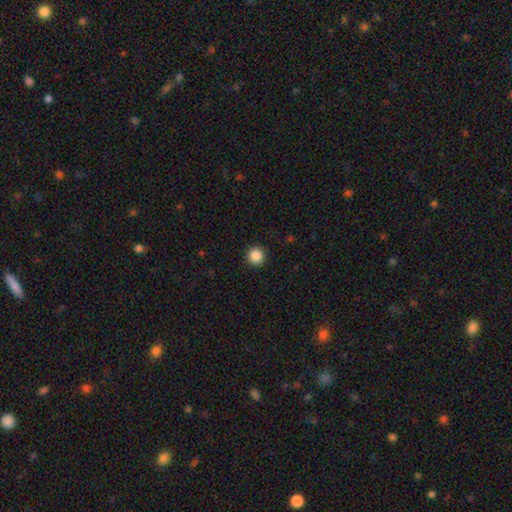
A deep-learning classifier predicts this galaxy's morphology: Smooth or featured?
  - smooth: 87% *
  - star or artifact: 10%
  - featured or disk: 3%
How rounded?
  - round: 96% *
  - in between: 3%
  - cigar-shaped: 1%
Merging?
  - none: 93% *
  - minor disturbance: 4%
  - major disturbance: 2%
  - merger: 1%